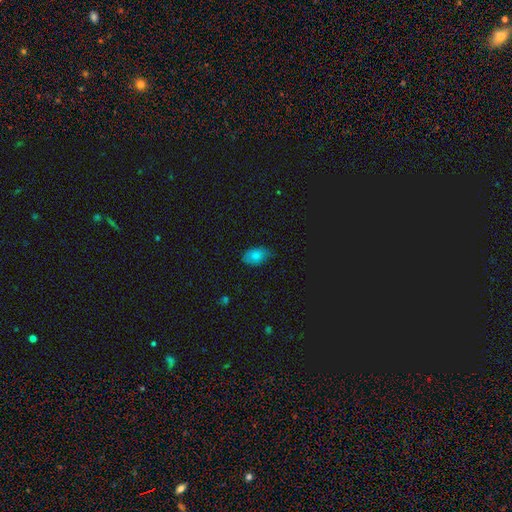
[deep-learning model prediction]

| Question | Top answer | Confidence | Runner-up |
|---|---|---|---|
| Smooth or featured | smooth | 81% | star or artifact (10%) |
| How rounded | in between | 89% | round (9%) |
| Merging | none | 68% | minor disturbance (26%) |